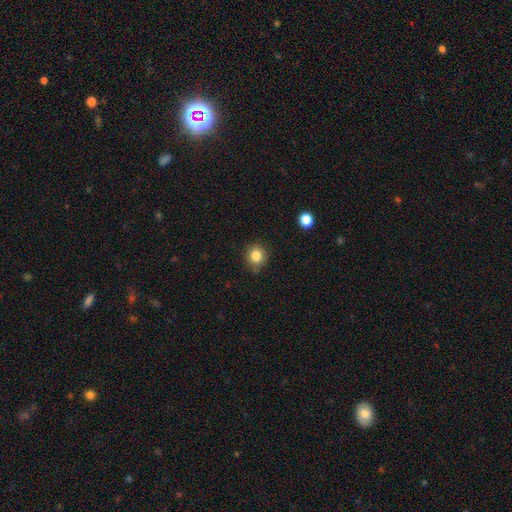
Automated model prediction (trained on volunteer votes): Smooth or featured? smooth (84%)
How rounded? round (82%)
Merging? none (80%)